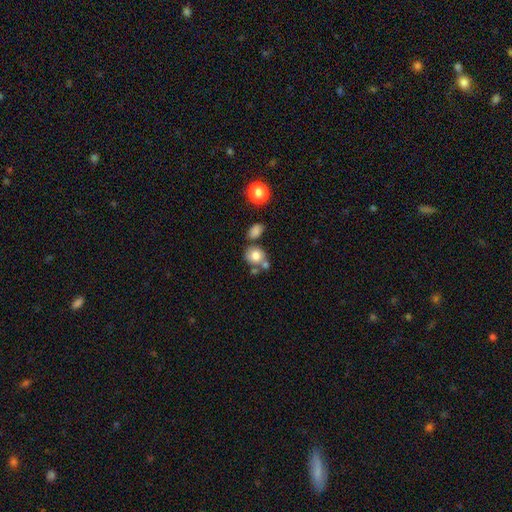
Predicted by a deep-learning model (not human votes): smooth_or_featured: smooth (p=0.77) [alt: featured or disk p=0.14]
how_rounded: round (p=0.64) [alt: in between p=0.35]
merging: none (p=0.53) [alt: merger p=0.26]